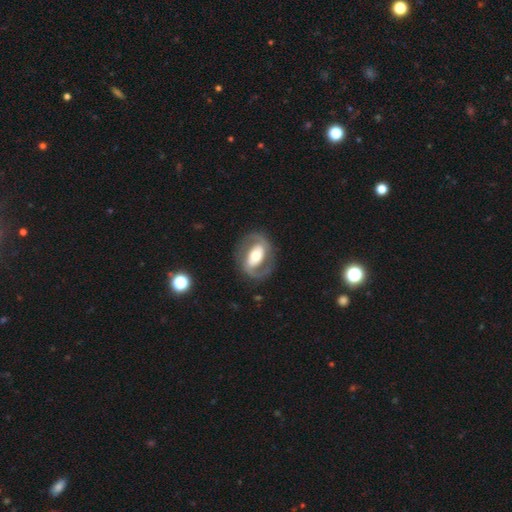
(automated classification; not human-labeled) Overall: featured or disk (81%). Edge-on disk: no (96%). Bar: strong (40%; no 30%). Spiral arms: yes (83%). Spiral arm count: 2 (89%). Spiral winding: medium (50%; tight 31%). Bulge size: moderate (62%). Merging: none (81%).